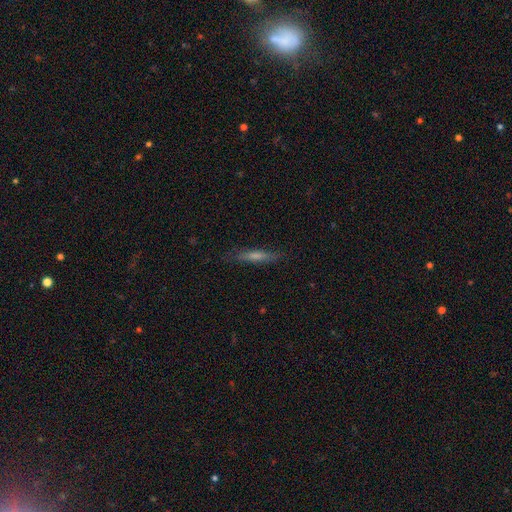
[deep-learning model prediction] Q: Smooth or featured?
A: featured or disk (46%); runner-up: smooth (45%)
Q: Merging?
A: none (84%); runner-up: minor disturbance (12%)